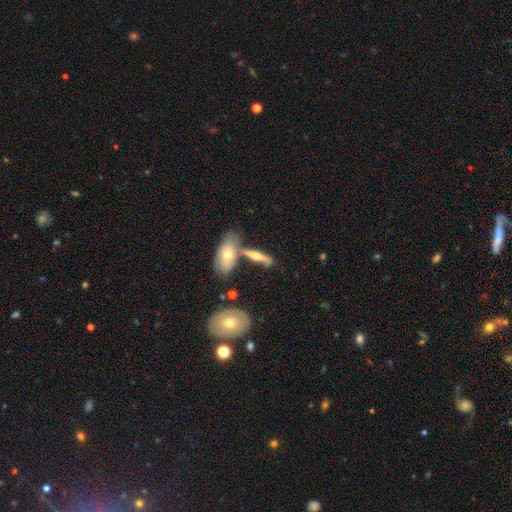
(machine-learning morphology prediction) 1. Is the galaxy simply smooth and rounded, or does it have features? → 47% featured or disk, 46% smooth, 7% star or artifact.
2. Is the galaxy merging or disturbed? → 51% none, 29% merger, 14% minor disturbance, 5% major disturbance.